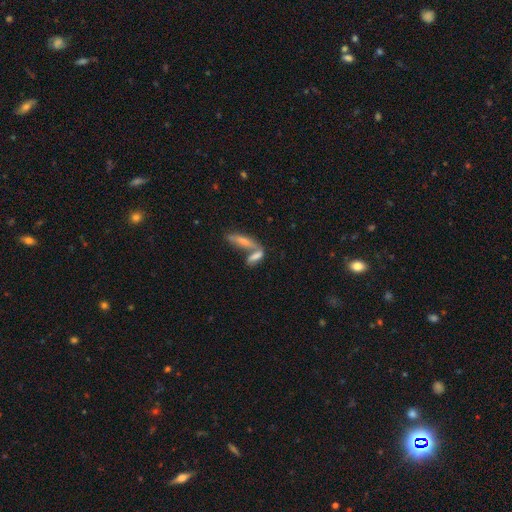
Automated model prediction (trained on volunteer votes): A smooth galaxy with no disk features (65%) that is cigar-shaped (55%).

Vote fractions:
- Smooth or featured? smooth: 65% / featured or disk: 25% / star or artifact: 10%
- How rounded? cigar-shaped: 55% / in between: 42% / round: 3%
- Merging? merger: 55% / none: 32% / minor disturbance: 8% / major disturbance: 5%